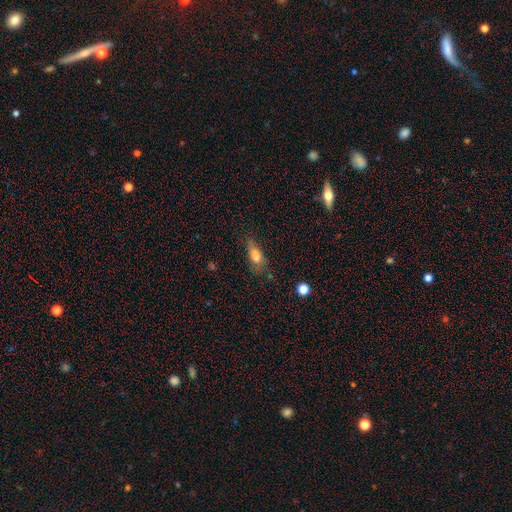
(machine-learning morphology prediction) This is likely a smooth galaxy (75%). How rounded: likely in between (74%). Merging: possibly none (52%).